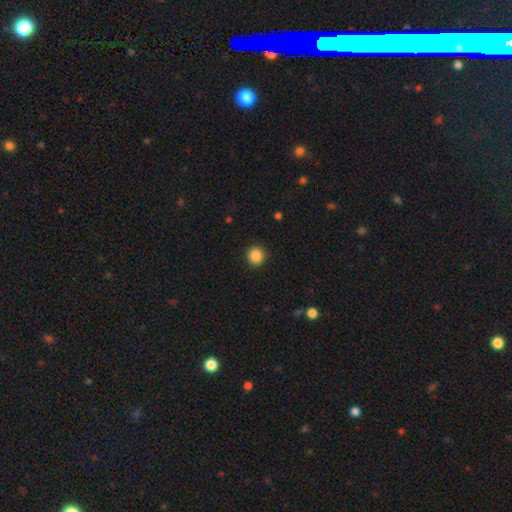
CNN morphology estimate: Overall: smooth (87%). How rounded: round (94%). Merging: none (92%).